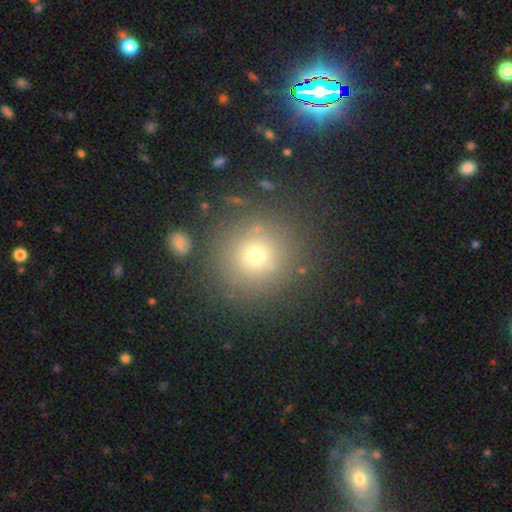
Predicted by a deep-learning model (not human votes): smooth-or-featured: smooth: 69% | star or artifact: 19% | featured or disk: 12%
  how-rounded: round: 93% | in between: 6% | cigar-shaped: 1%
  merging: none: 83% | minor disturbance: 8% | major disturbance: 4% | merger: 4%